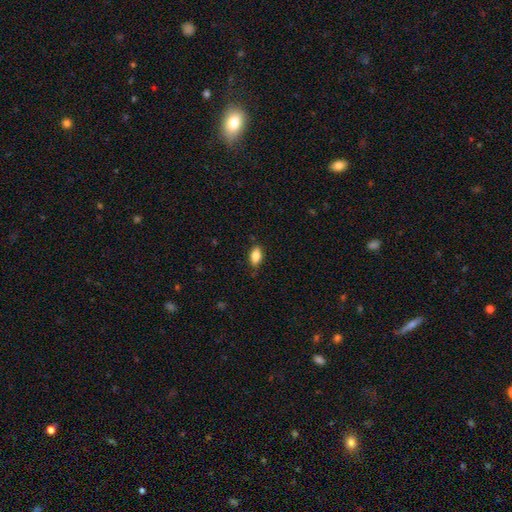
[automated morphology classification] Overall: smooth (85%). How rounded: in between (89%). Merging: none (82%).